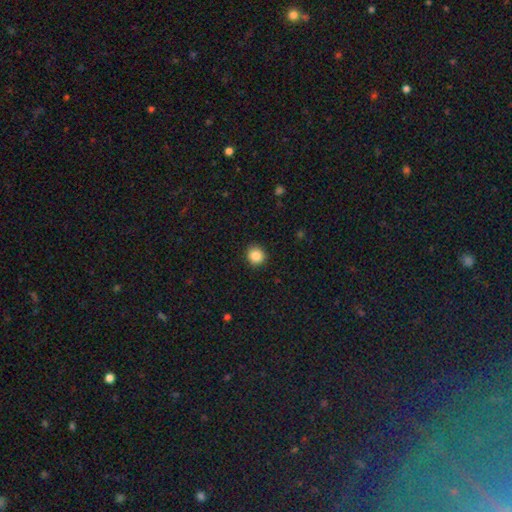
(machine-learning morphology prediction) This appears to be a smooth galaxy with no disk features (87%) that is round (90%). Merging: none (91%).